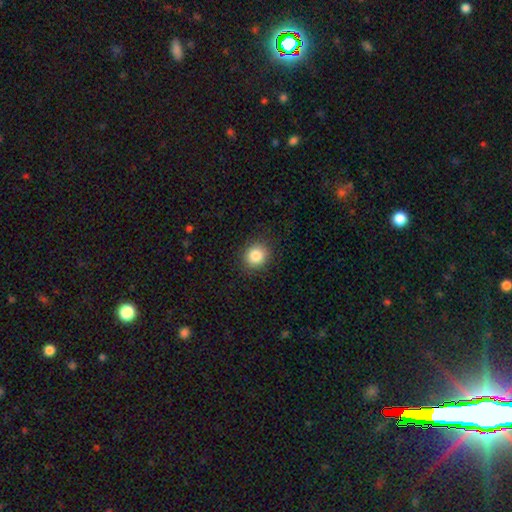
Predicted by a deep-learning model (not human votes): Q: Smooth or featured?
A: smooth (85%); runner-up: star or artifact (10%)
Q: How rounded?
A: round (83%); runner-up: in between (17%)
Q: Merging?
A: none (89%); runner-up: minor disturbance (8%)